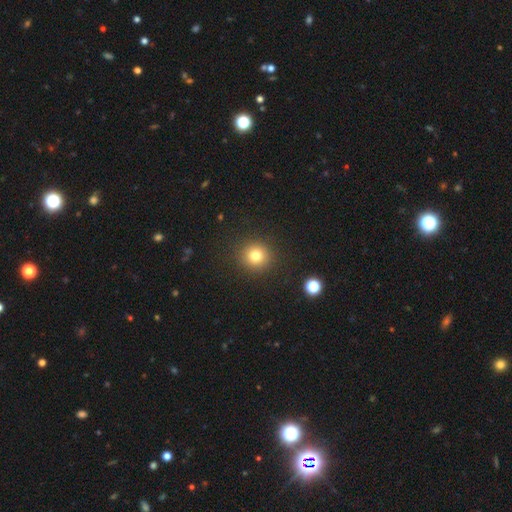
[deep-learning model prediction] A smooth galaxy with no disk features (78%) that is round (91%).

Vote fractions:
- Smooth or featured? smooth: 78% / star or artifact: 14% / featured or disk: 8%
- How rounded? round: 91% / in between: 8% / cigar-shaped: 1%
- Merging? none: 90% / minor disturbance: 6% / major disturbance: 3% / merger: 1%